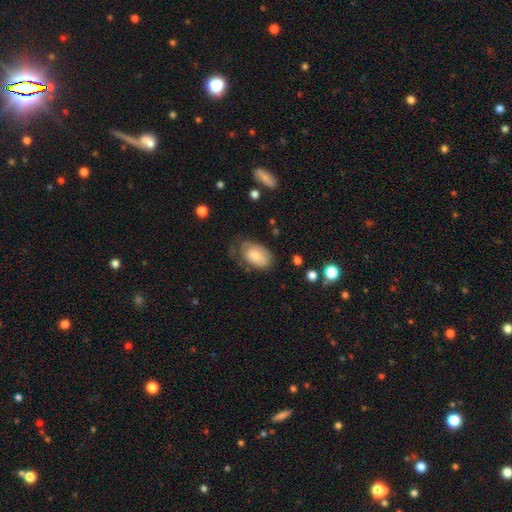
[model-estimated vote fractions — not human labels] A smooth galaxy with no disk features (69%) that is in between round and cigar-shaped (90%).

Vote fractions:
- Smooth or featured? smooth: 69% / featured or disk: 24% / star or artifact: 7%
- How rounded? in between: 90% / round: 8% / cigar-shaped: 1%
- Merging? none: 44% / minor disturbance: 32% / major disturbance: 22% / merger: 2%